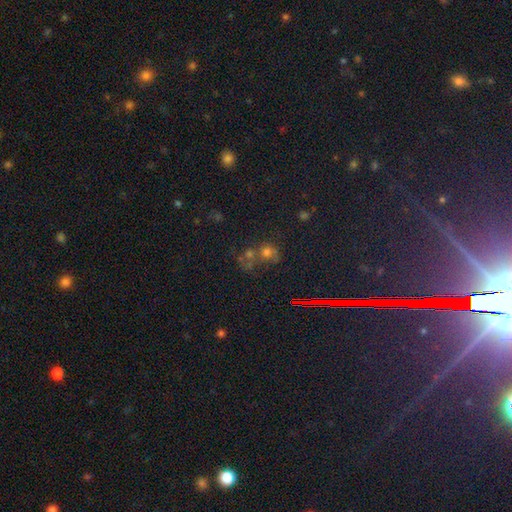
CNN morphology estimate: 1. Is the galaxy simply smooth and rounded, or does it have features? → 51% star or artifact, 34% smooth, 15% featured or disk.